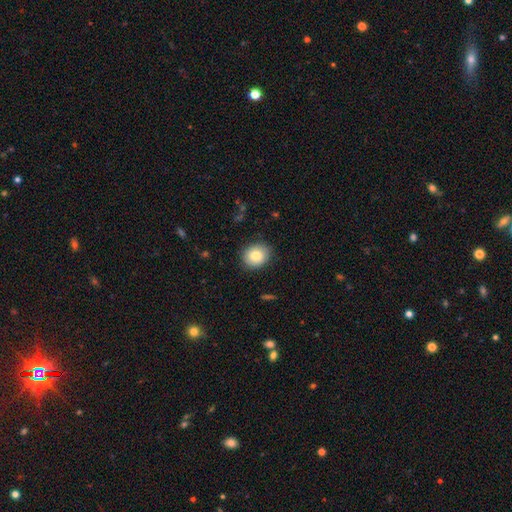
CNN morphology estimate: Smooth or featured: smooth — 80% (featured or disk — 12%)
How rounded: round — 73% (in between — 27%)
Merging: none — 87% (minor disturbance — 10%)